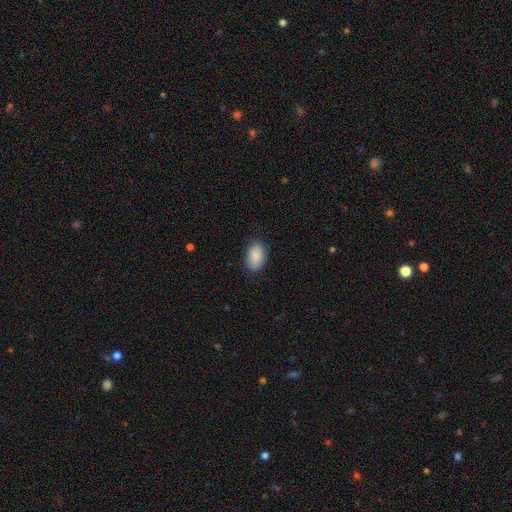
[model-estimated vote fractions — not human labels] Q: Smooth or featured?
A: smooth (89%); runner-up: star or artifact (6%)
Q: How rounded?
A: in between (92%); runner-up: round (7%)
Q: Merging?
A: none (86%); runner-up: minor disturbance (11%)